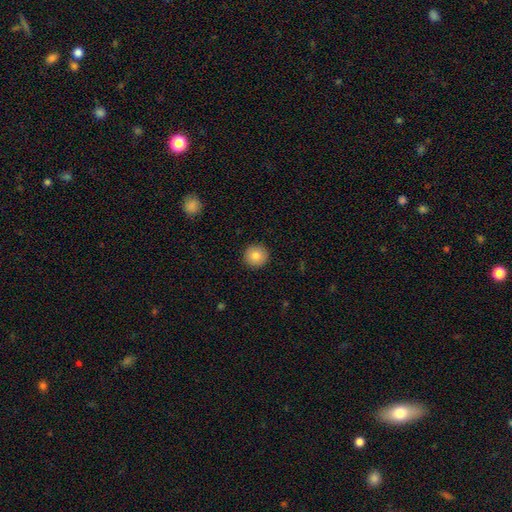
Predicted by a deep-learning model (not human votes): Smooth or featured: smooth — 85% (star or artifact — 9%)
How rounded: round — 95% (in between — 4%)
Merging: none — 92% (minor disturbance — 5%)